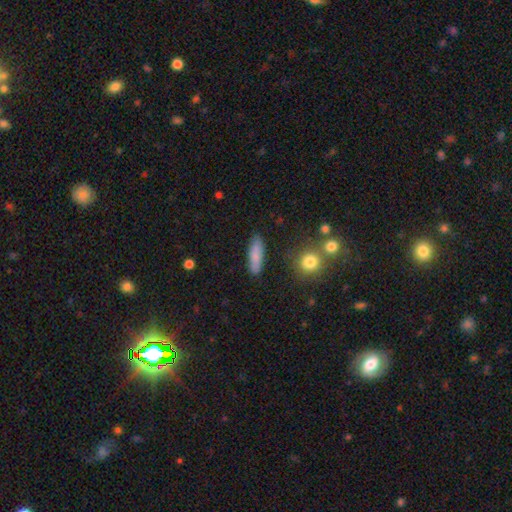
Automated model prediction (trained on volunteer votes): Morphology: type=smooth (81%); roundness=cigar-shaped (55%); merging=none (86%).